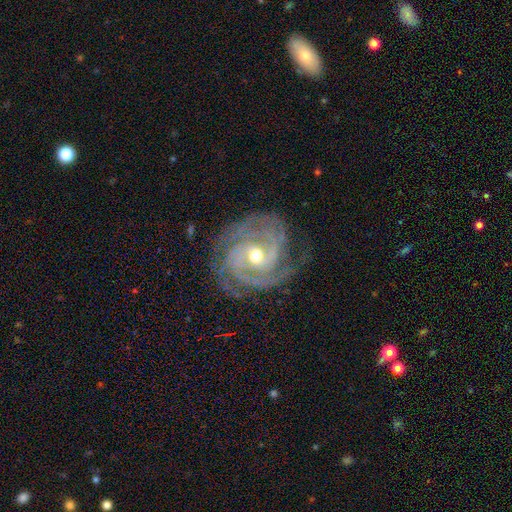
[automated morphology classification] This appears to be a featured or disk galaxy (92%) with no bar (42%), 3 (40%) tight (73%) spiral arms (99%) and a moderate central bulge (62%). Merging: none (78%).